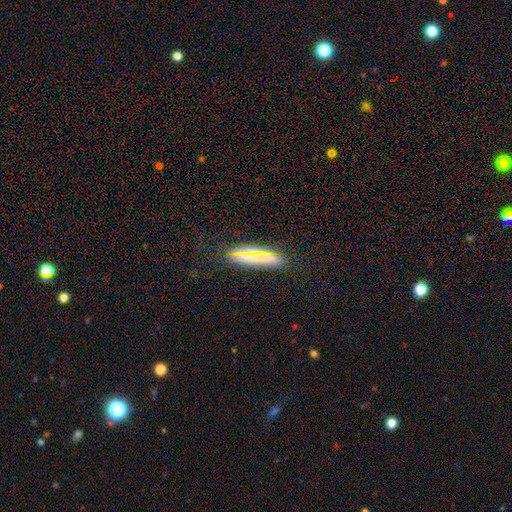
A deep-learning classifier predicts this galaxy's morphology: Smooth or featured?
  - smooth: 61% *
  - featured or disk: 20%
  - star or artifact: 19%
How rounded?
  - cigar-shaped: 48% *
  - in between: 46%
  - round: 6%
Merging?
  - none: 79% *
  - minor disturbance: 14%
  - major disturbance: 4%
  - merger: 2%